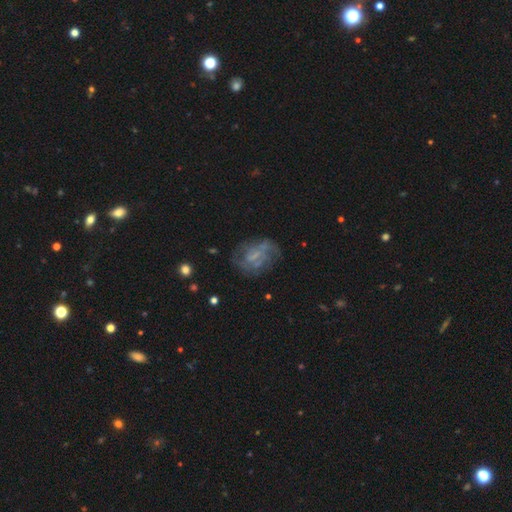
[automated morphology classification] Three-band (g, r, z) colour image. It shows a featured or disk galaxy (63%) with no bar (46%), spiral arms (68%) and no central bulge (50%). Merging: none (56%).